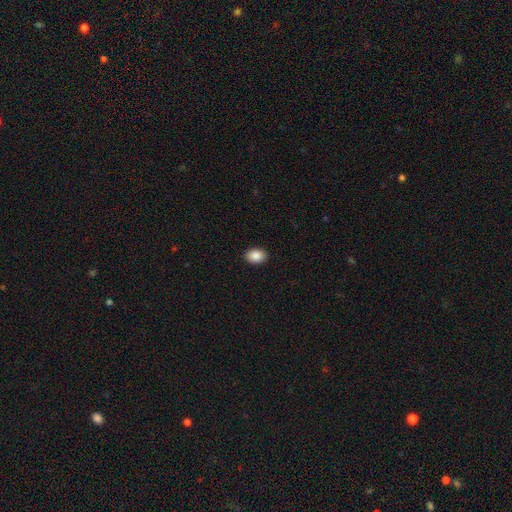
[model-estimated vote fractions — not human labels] This appears to be a smooth galaxy with no disk features (89%) that is in between round and cigar-shaped (80%). Merging: none (91%).